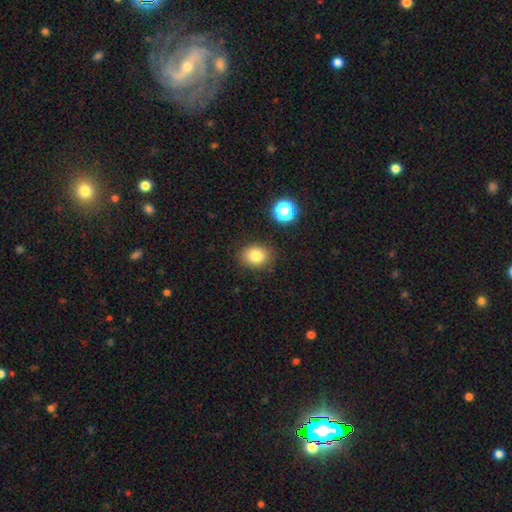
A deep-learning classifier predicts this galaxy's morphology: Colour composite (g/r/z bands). It shows a smooth galaxy with no disk features (81%) that is round (50%). Merging: none (84%).